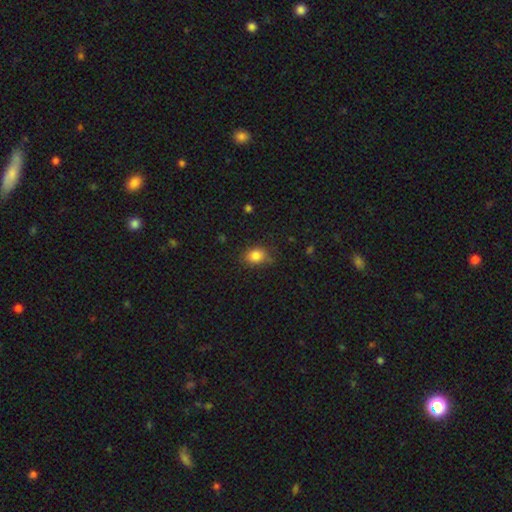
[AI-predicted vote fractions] smooth_or_featured: smooth (p=0.84) [alt: star or artifact p=0.10]
how_rounded: in between (p=0.52) [alt: round p=0.47]
merging: none (p=0.69) [alt: minor disturbance p=0.24]